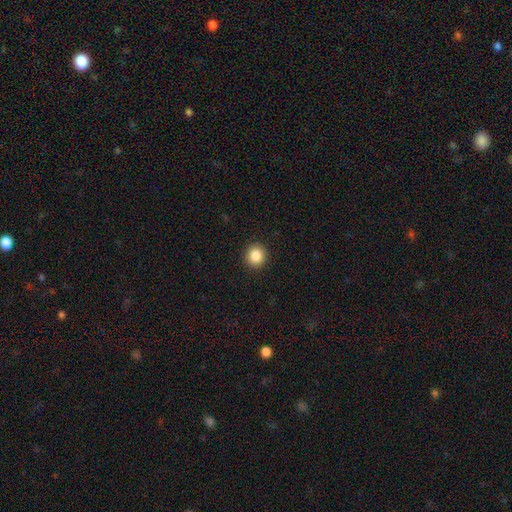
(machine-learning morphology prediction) Smooth or featured?
  - smooth: 86% *
  - star or artifact: 10%
  - featured or disk: 5%
How rounded?
  - round: 92% *
  - in between: 7%
  - cigar-shaped: 1%
Merging?
  - none: 92% *
  - minor disturbance: 5%
  - major disturbance: 2%
  - merger: 1%